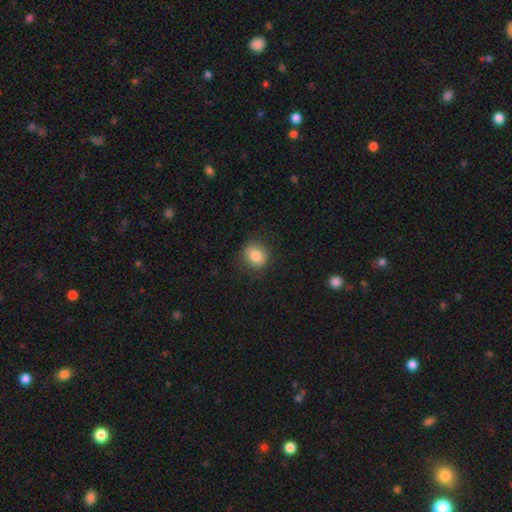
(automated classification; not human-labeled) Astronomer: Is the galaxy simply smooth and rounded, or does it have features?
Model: smooth — 81%.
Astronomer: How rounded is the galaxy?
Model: round — 71%.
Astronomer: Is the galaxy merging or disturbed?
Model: none — 83%.